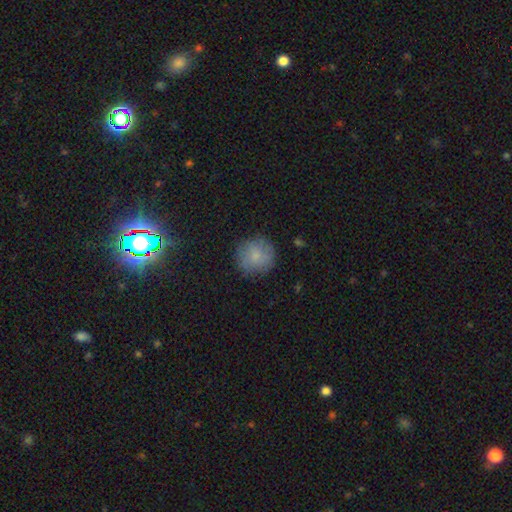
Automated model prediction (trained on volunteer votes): Smooth or featured? smooth (76%)
How rounded? round (93%)
Merging? none (81%)